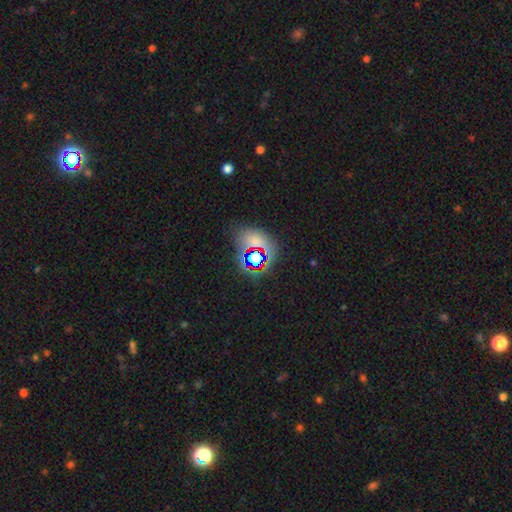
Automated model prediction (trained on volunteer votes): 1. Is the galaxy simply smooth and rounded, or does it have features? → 46% star or artifact, 41% smooth, 13% featured or disk.